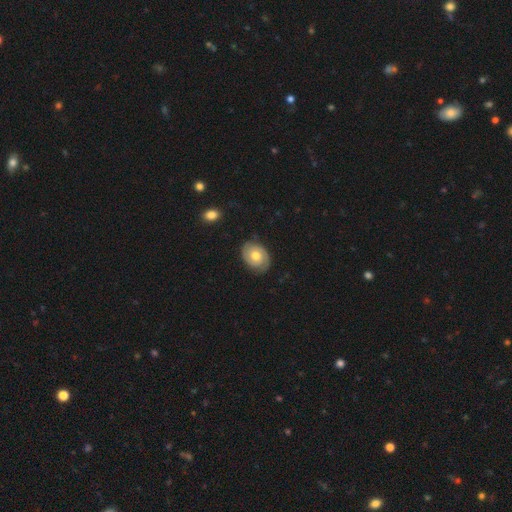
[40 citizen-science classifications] Q: Smooth or featured?
A: featured or disk (75%); runner-up: smooth (22%)
Q: Edge-on disk?
A: no (97%); runner-up: yes (3%)
Q: Bar?
A: no (86%); runner-up: weak (14%)
Q: Spiral arms?
A: yes (100%)
Q: Spiral winding?
A: tight (52%); runner-up: medium (45%)
Q: Spiral arm count?
A: 2 (86%); runner-up: can't tell (7%)
Q: Bulge size?
A: moderate (79%); runner-up: large (10%)
Q: Merging?
A: none (79%); runner-up: minor disturbance (18%)